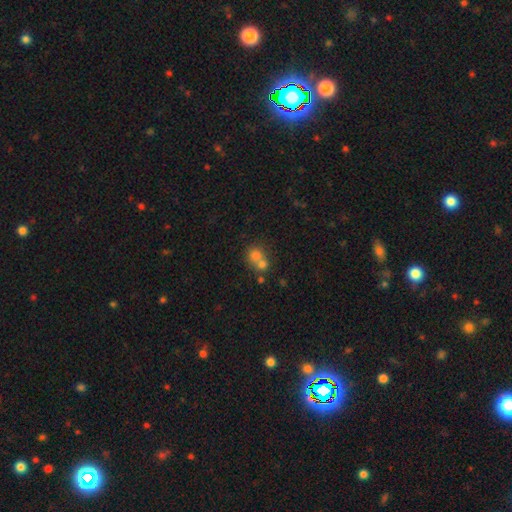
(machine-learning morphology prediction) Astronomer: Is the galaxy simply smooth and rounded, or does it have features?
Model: smooth — 72%.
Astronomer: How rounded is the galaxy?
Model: round — 75%.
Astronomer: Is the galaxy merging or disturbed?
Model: merger — 60%.